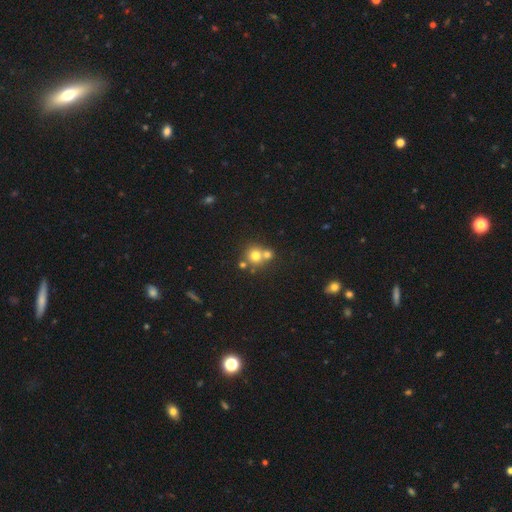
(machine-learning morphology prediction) The model was most divided on "merging": none: 49%, merger: 42%, minor disturbance: 7%, major disturbance: 3%. More confident: how rounded — round (88%); smooth or featured — smooth (71%).